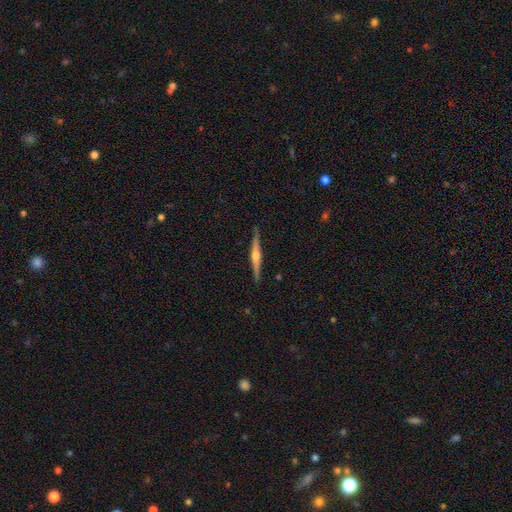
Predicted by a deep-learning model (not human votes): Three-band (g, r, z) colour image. It shows a featured or disk galaxy (78%) viewed edge-on (98%) with a rounded central bulge (91%). Merging: none (90%).